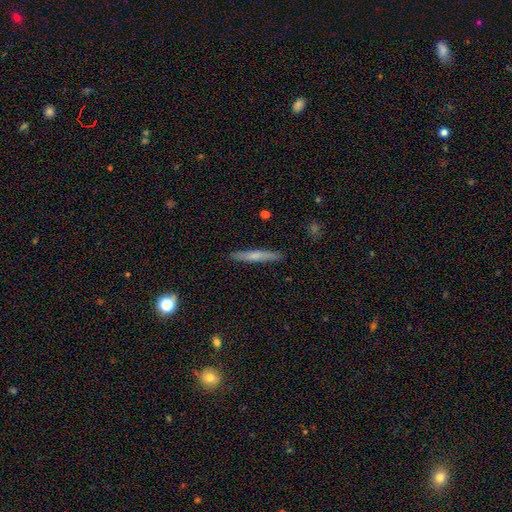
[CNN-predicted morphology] smooth-or-featured: smooth: 59% | featured or disk: 35% | star or artifact: 6%
  how-rounded: cigar-shaped: 96% | in between: 3% | round: 1%
  merging: none: 89% | minor disturbance: 8% | major disturbance: 2% | merger: 1%